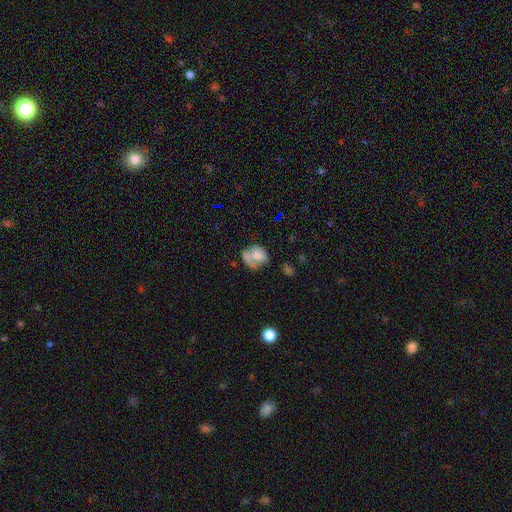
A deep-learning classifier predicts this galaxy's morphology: Smooth or featured?
  - smooth: 64% *
  - featured or disk: 26%
  - star or artifact: 10%
How rounded?
  - in between: 50% *
  - round: 49%
  - cigar-shaped: 1%
Merging?
  - none: 33% *
  - merger: 25%
  - minor disturbance: 21%
  - major disturbance: 21%